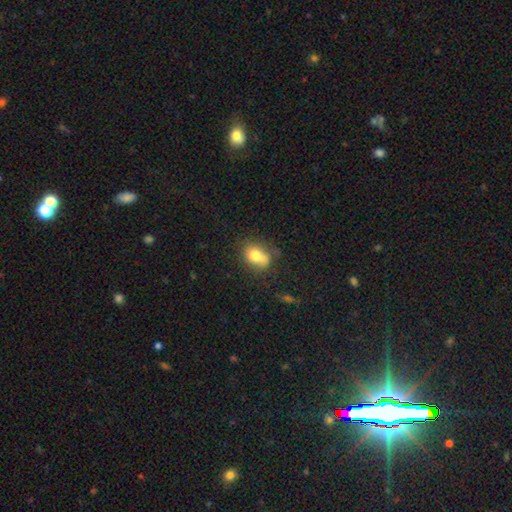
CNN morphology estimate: smooth-or-featured: smooth: 73% | featured or disk: 16% | star or artifact: 10%
  how-rounded: in between: 60% | round: 38% | cigar-shaped: 2%
  merging: none: 48% | merger: 22% | minor disturbance: 22% | major disturbance: 8%